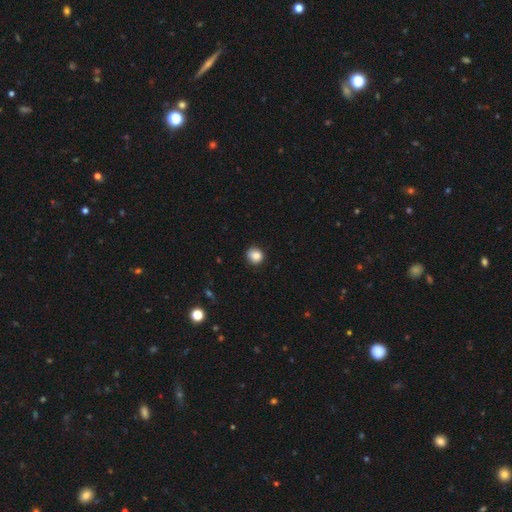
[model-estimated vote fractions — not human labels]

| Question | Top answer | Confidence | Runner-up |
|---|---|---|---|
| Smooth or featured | smooth | 86% | star or artifact (10%) |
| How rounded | round | 84% | in between (15%) |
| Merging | none | 84% | minor disturbance (13%) |